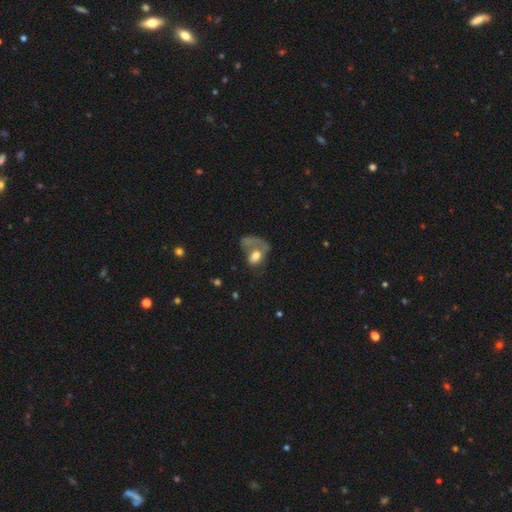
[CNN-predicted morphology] type=smooth (53%); roundness=in between (72%); merging=major disturbance (52%).